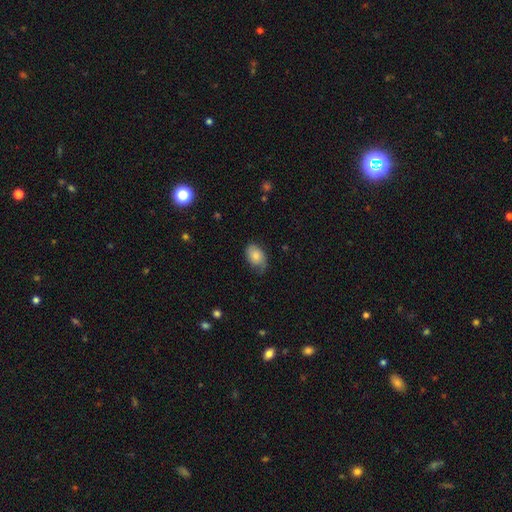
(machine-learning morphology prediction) A smooth galaxy with no disk features (70%) that is in between round and cigar-shaped (86%).

Vote fractions:
- Smooth or featured? smooth: 70% / featured or disk: 23% / star or artifact: 7%
- How rounded? in between: 86% / round: 13% / cigar-shaped: 1%
- Merging? none: 55% / minor disturbance: 32% / major disturbance: 11% / merger: 1%